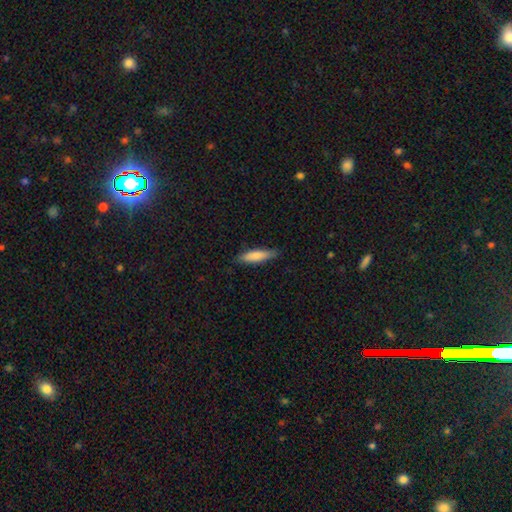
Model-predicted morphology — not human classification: Overall: smooth (79%). How rounded: cigar-shaped (71%). Merging: none (81%).